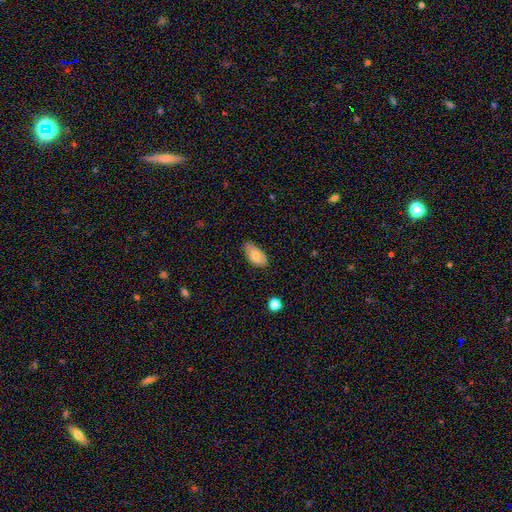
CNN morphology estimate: smooth_or_featured: smooth (p=0.74) [alt: featured or disk p=0.19]
how_rounded: in between (p=0.93) [alt: round p=0.04]
merging: none (p=0.71) [alt: minor disturbance p=0.24]